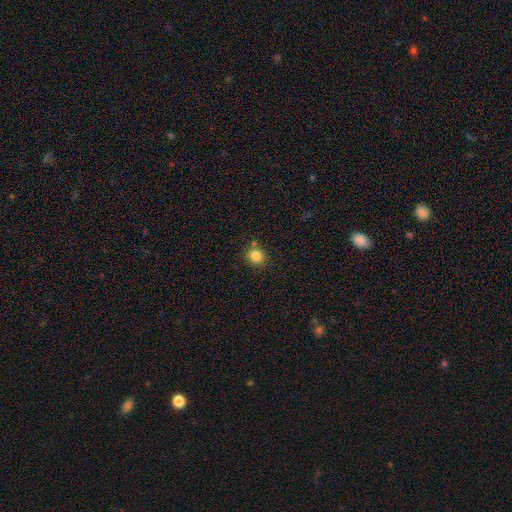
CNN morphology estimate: Q: Smooth or featured?
A: smooth (83%); runner-up: star or artifact (11%)
Q: How rounded?
A: round (88%); runner-up: in between (11%)
Q: Merging?
A: none (76%); runner-up: minor disturbance (11%)